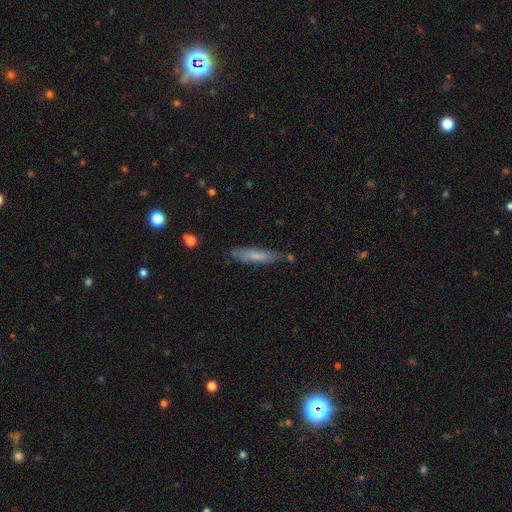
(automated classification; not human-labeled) smooth-or-featured: smooth: 70% | featured or disk: 24% | star or artifact: 6%
  how-rounded: cigar-shaped: 83% | in between: 15% | round: 1%
  merging: none: 75% | minor disturbance: 18% | merger: 4% | major disturbance: 4%